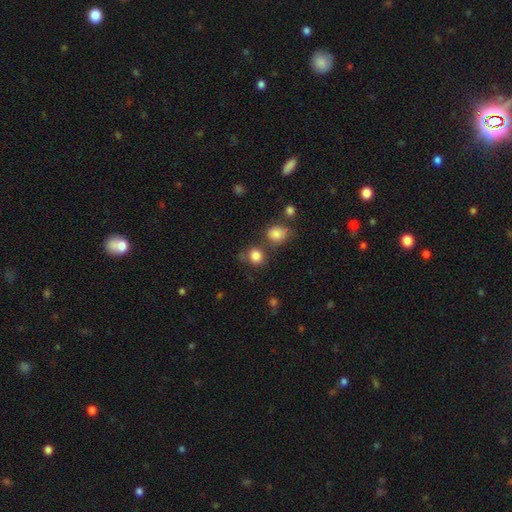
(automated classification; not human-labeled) Smooth or featured: smooth — 83% (star or artifact — 11%)
How rounded: round — 78% (in between — 21%)
Merging: none — 63% (merger — 16%)